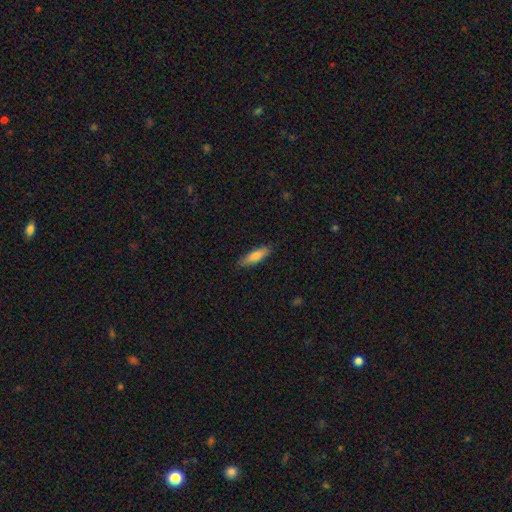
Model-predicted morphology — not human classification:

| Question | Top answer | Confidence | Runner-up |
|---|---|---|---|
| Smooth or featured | smooth | 77% | featured or disk (17%) |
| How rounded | cigar-shaped | 61% | in between (37%) |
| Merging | none | 86% | minor disturbance (11%) |